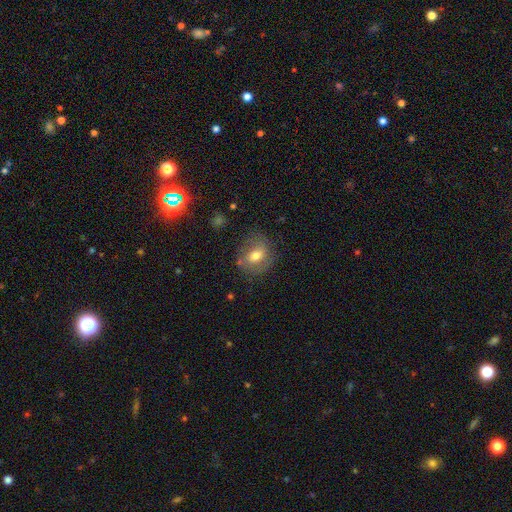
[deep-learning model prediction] smooth 60%, featured or disk 31%, star or artifact 9%. Down the decision tree: how rounded — round (51%); merging — none (66%).